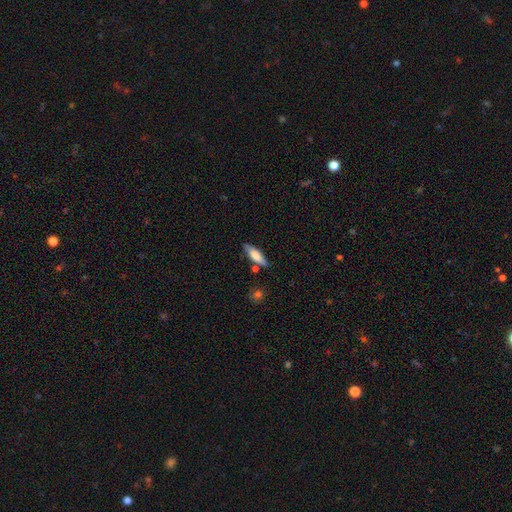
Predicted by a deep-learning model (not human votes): The model was most divided on "how rounded": cigar-shaped: 52%, in between: 46%, round: 2%. More confident: merging — none (74%); smooth or featured — smooth (70%).